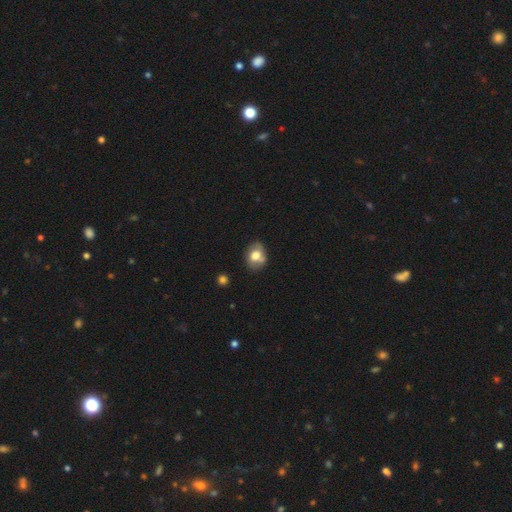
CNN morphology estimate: Smooth or featured: smooth — 69% (featured or disk — 22%)
How rounded: in between — 62% (round — 37%)
Merging: none — 59% (minor disturbance — 26%)